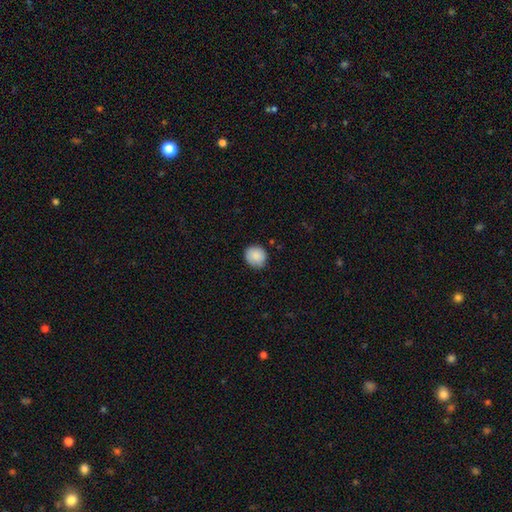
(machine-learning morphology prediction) A smooth galaxy with no disk features (87%) that is round (89%). Merging: none (81%).